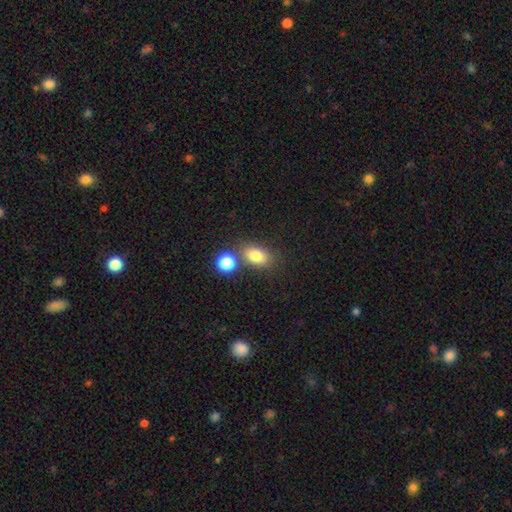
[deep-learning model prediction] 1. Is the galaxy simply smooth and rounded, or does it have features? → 80% smooth, 11% star or artifact, 9% featured or disk.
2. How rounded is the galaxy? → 74% in between, 24% round, 2% cigar-shaped.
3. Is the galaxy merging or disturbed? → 63% none, 21% merger, 11% minor disturbance, 4% major disturbance.